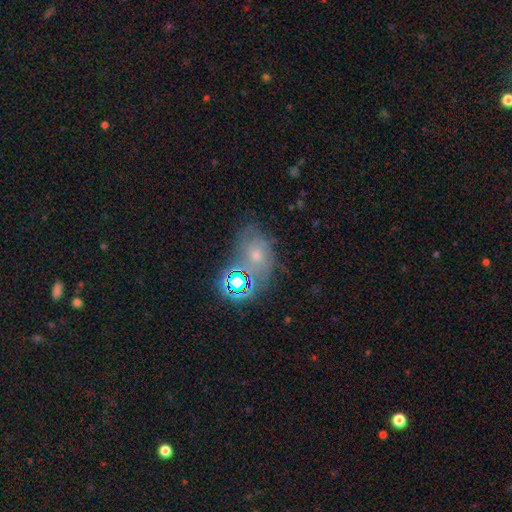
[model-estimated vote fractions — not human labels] Smooth or featured? featured or disk (39%)
Merging? none (56%)